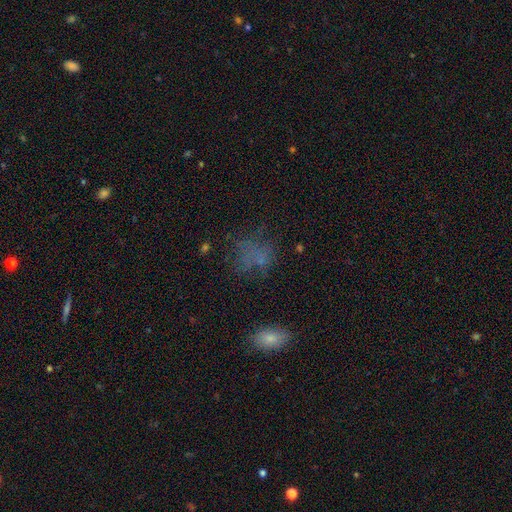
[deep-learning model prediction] Overall: smooth (55%; star or artifact 24%). How rounded: in between (50%; round 48%). Merging: none (50%; major disturbance 24%).